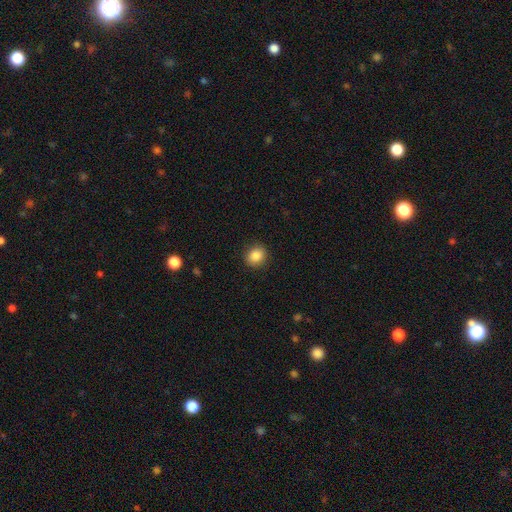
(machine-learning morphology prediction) smooth-or-featured: smooth: 87% | star or artifact: 9% | featured or disk: 4%
  how-rounded: round: 77% | in between: 22% | cigar-shaped: 1%
  merging: none: 90% | minor disturbance: 7% | major disturbance: 2% | merger: 1%